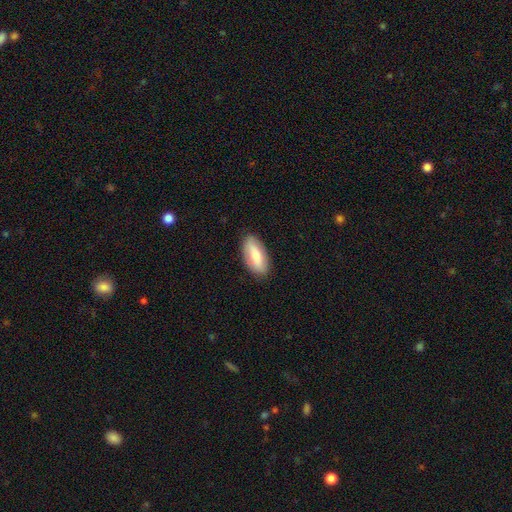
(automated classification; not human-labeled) smooth_or_featured: smooth (p=0.68) [alt: featured or disk p=0.26]
how_rounded: in between (p=0.87) [alt: cigar-shaped p=0.11]
merging: none (p=0.86) [alt: minor disturbance p=0.11]